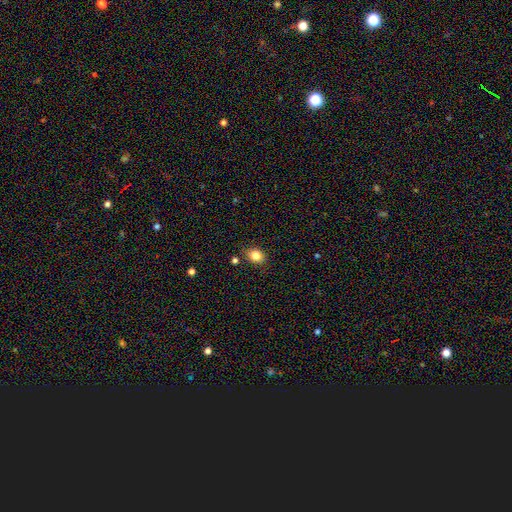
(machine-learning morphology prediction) smooth-or-featured: smooth: 83% | star or artifact: 11% | featured or disk: 6%
  how-rounded: round: 50% | in between: 49% | cigar-shaped: 1%
  merging: none: 85% | minor disturbance: 10% | merger: 3% | major disturbance: 2%